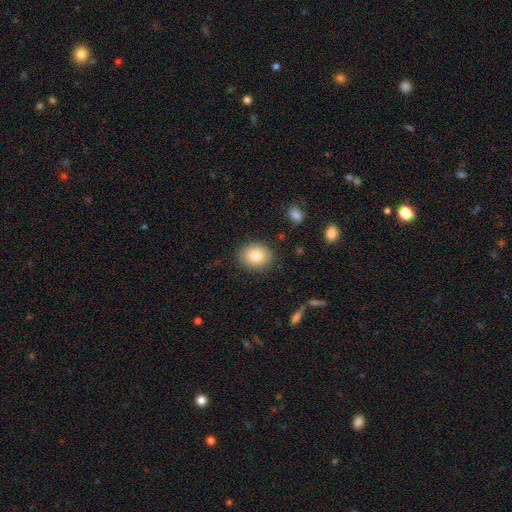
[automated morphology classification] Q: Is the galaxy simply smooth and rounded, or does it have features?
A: smooth — 80%.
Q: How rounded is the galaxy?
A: round — 66%.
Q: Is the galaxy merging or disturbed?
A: none — 88%.